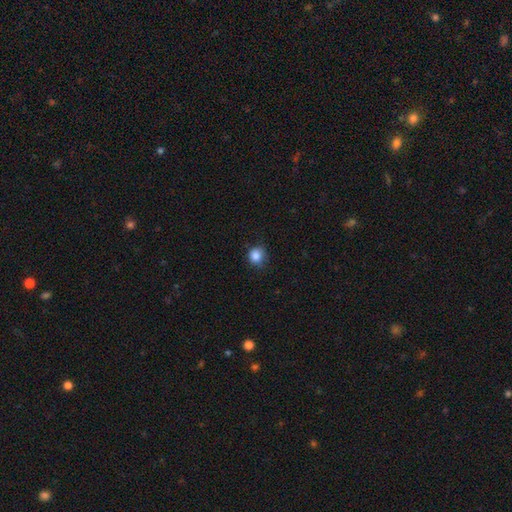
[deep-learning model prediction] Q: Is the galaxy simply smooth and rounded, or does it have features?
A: smooth — 86%.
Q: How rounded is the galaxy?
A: round — 85%.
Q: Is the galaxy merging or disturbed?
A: none — 73%.